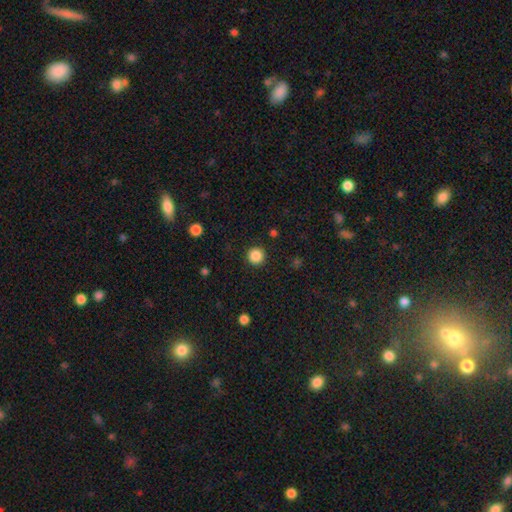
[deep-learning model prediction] smooth_or_featured: smooth (p=0.86) [alt: star or artifact p=0.11]
how_rounded: round (p=0.96) [alt: in between p=0.03]
merging: none (p=0.92) [alt: minor disturbance p=0.05]